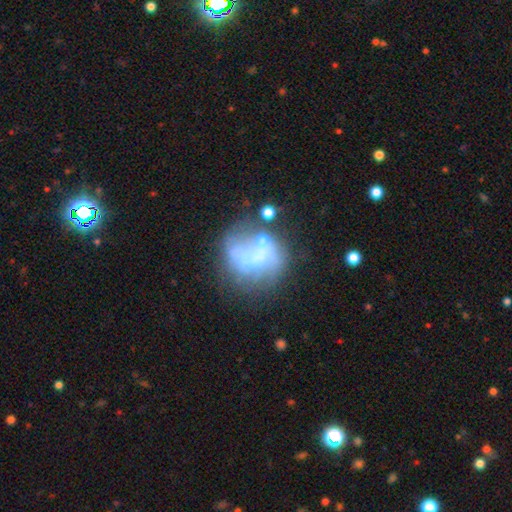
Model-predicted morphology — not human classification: Overall: featured or disk (57%; smooth 29%). Edge-on disk: no (97%). Bar: no (72%). Spiral arms: no (84%). Bulge size: none (59%; small 20%). Merging: none (40%; major disturbance 24%).